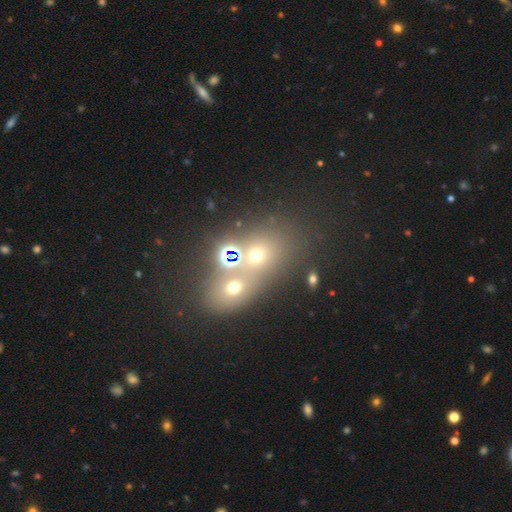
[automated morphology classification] Overall: smooth (56%; star or artifact 29%). How rounded: round (55%; in between 43%). Merging: merger (46%; none 41%).